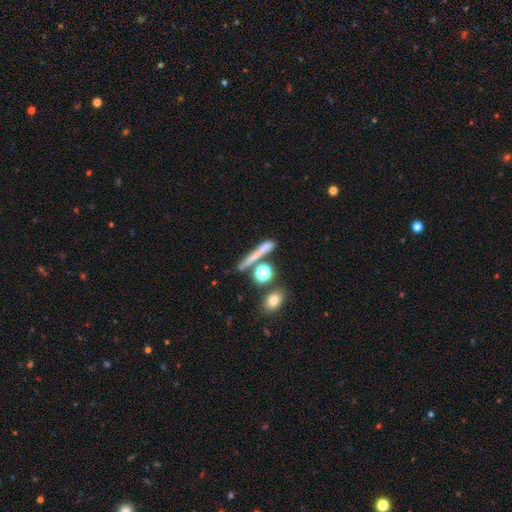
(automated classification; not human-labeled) smooth_or_featured: smooth (p=0.55) [alt: featured or disk p=0.28]
how_rounded: cigar-shaped (p=0.67) [alt: round p=0.20]
merging: none (p=0.64) [alt: merger p=0.17]